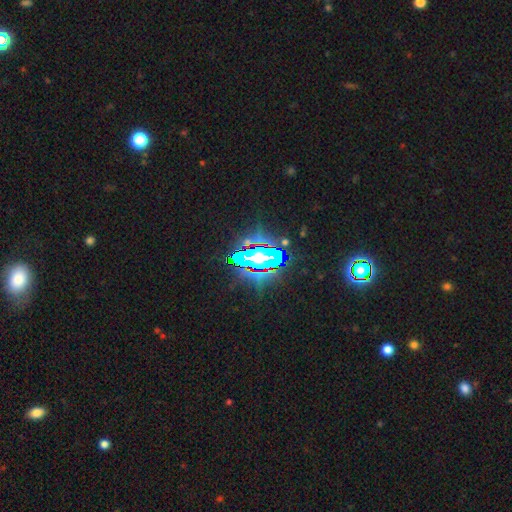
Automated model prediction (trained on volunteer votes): Smooth or featured? star or artifact (74%)